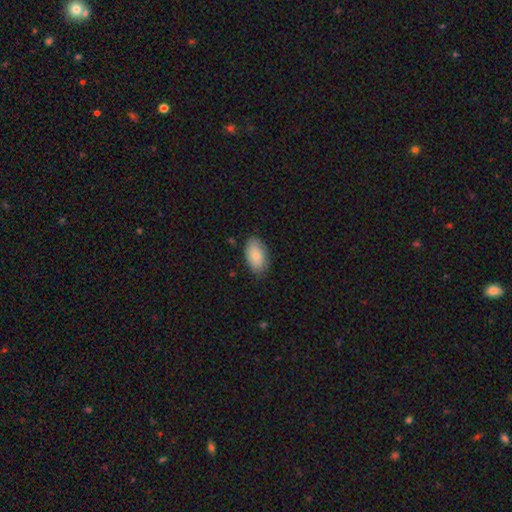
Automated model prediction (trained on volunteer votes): Smooth or featured?
  - smooth: 82% *
  - featured or disk: 12%
  - star or artifact: 6%
How rounded?
  - in between: 94% *
  - round: 4%
  - cigar-shaped: 2%
Merging?
  - none: 78% *
  - minor disturbance: 18%
  - major disturbance: 3%
  - merger: 1%